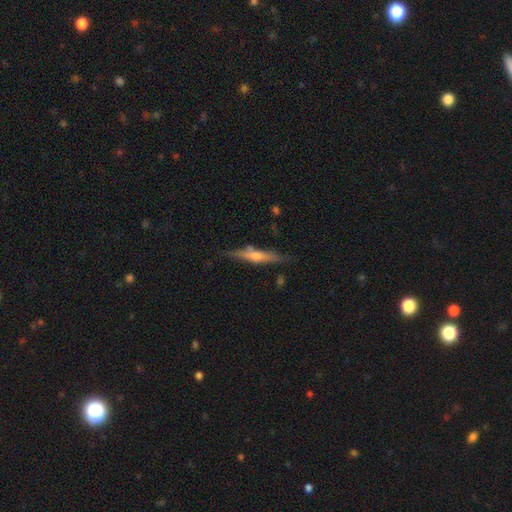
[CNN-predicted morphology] A featured or disk galaxy (67%) viewed edge-on (96%) with a rounded central bulge (77%).

Vote fractions:
- Smooth or featured? featured or disk: 67% / smooth: 26% / star or artifact: 7%
- Edge-on disk? yes: 96% / no: 4%
- Edge-on bulge? rounded: 77% / none: 12% / boxy: 11%
- Merging? none: 82% / minor disturbance: 13% / major disturbance: 3% / merger: 2%